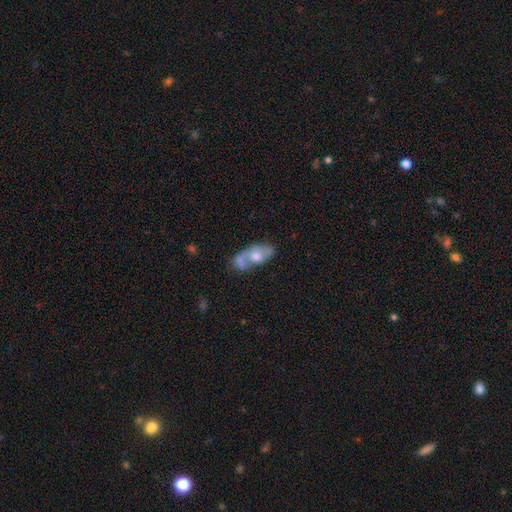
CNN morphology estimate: smooth_or_featured: featured or disk (p=0.47) [alt: smooth p=0.46]
merging: none (p=0.33) [alt: merger p=0.32]